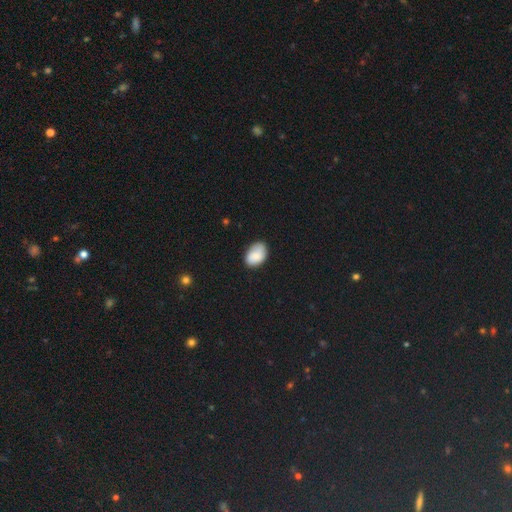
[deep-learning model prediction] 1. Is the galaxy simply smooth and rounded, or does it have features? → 80% smooth, 12% featured or disk, 8% star or artifact.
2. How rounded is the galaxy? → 85% in between, 14% round, 1% cigar-shaped.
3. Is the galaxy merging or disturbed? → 70% none, 24% minor disturbance, 4% major disturbance, 2% merger.